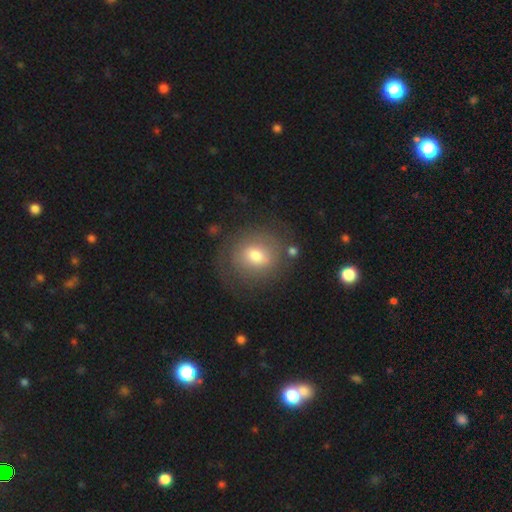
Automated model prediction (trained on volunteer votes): Smooth or featured? smooth (58%)
How rounded? round (73%)
Merging? none (71%)